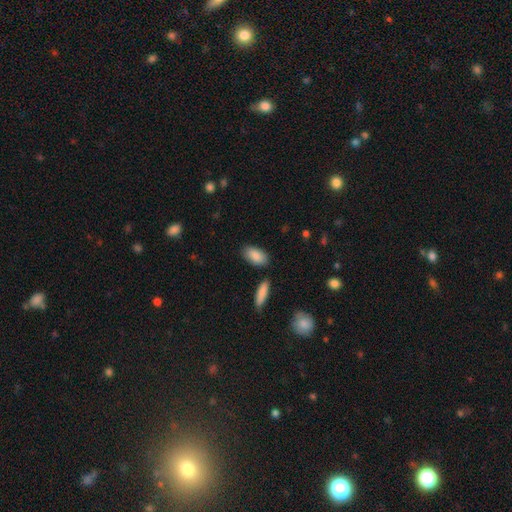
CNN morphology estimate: smooth 89%, star or artifact 6%, featured or disk 6%. Down the decision tree: how rounded — in between (91%); merging — none (83%).